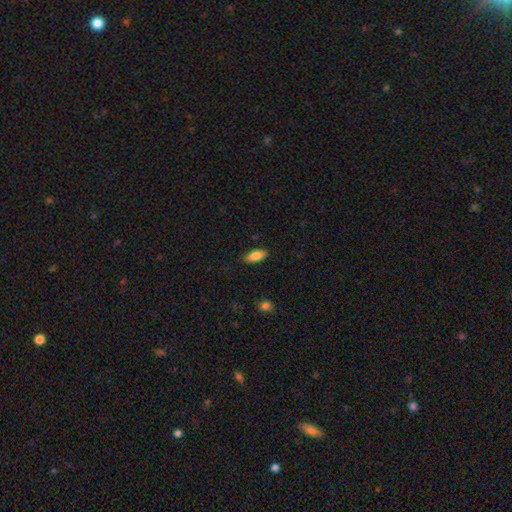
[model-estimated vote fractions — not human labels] This is clearly a smooth galaxy (82%). How rounded: clearly in between (83%). Merging: clearly none (86%).